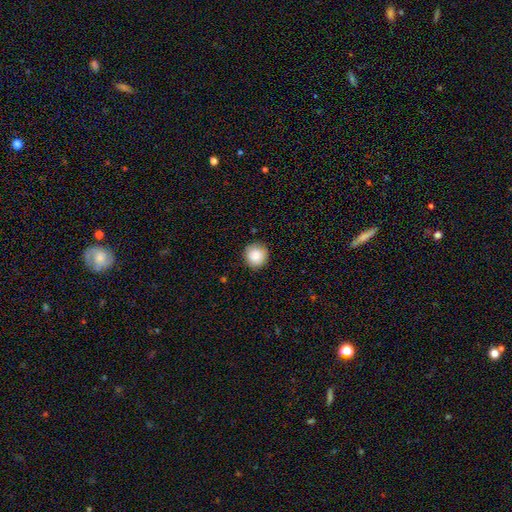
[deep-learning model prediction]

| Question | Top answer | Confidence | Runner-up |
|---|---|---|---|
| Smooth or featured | smooth | 87% | star or artifact (8%) |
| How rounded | round | 94% | in between (5%) |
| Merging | none | 88% | minor disturbance (9%) |